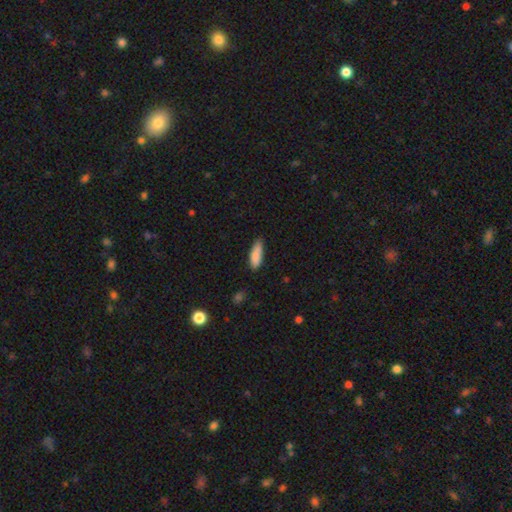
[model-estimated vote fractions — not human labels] smooth 85%, featured or disk 9%, star or artifact 6%. Down the decision tree: how rounded — in between (63%); merging — none (70%).